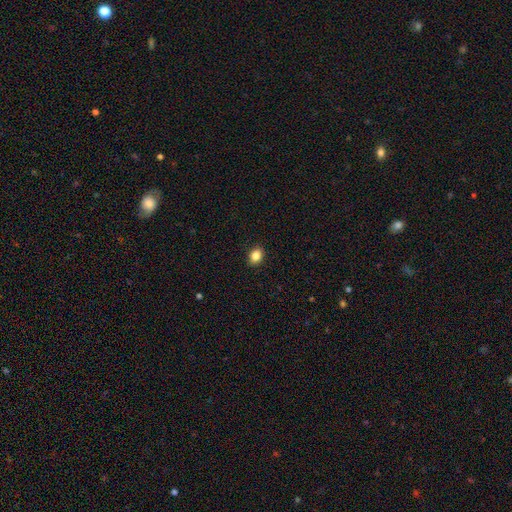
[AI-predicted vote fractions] Smooth or featured? Predicted: smooth (p=0.86). How rounded? Predicted: in between (p=0.61). Merging? Predicted: none (p=0.90).